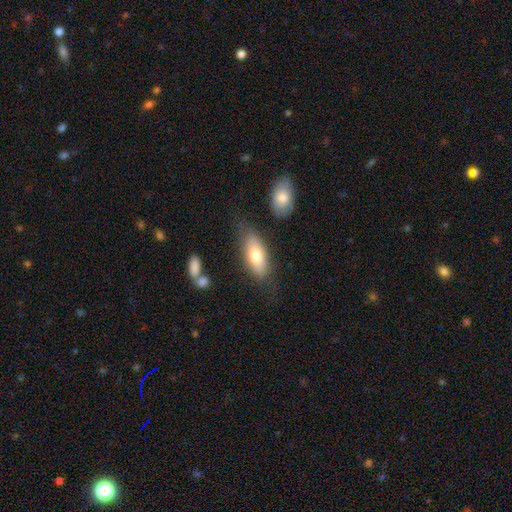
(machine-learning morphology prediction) type=smooth (73%); roundness=in between (80%); merging=none (71%).